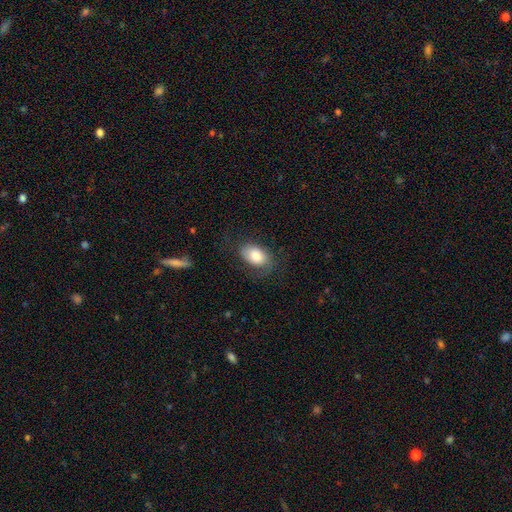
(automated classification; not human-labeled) Smooth or featured?
  - smooth: 77% *
  - featured or disk: 16%
  - star or artifact: 7%
How rounded?
  - in between: 88% *
  - round: 11%
  - cigar-shaped: 1%
Merging?
  - none: 65% *
  - minor disturbance: 22%
  - major disturbance: 12%
  - merger: 1%